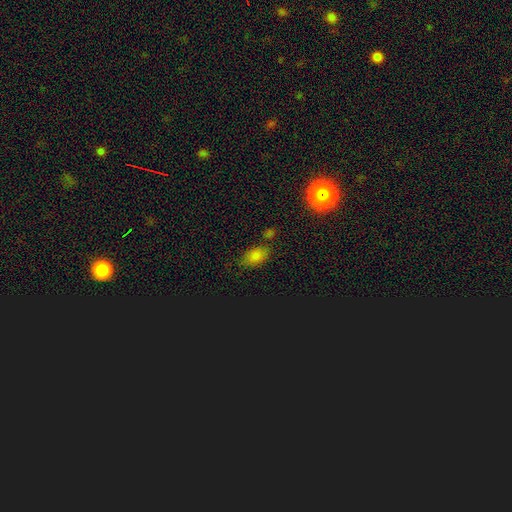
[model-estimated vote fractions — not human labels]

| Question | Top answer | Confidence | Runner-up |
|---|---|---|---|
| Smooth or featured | smooth | 71% | star or artifact (22%) |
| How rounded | in between | 86% | round (11%) |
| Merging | none | 70% | minor disturbance (17%) |